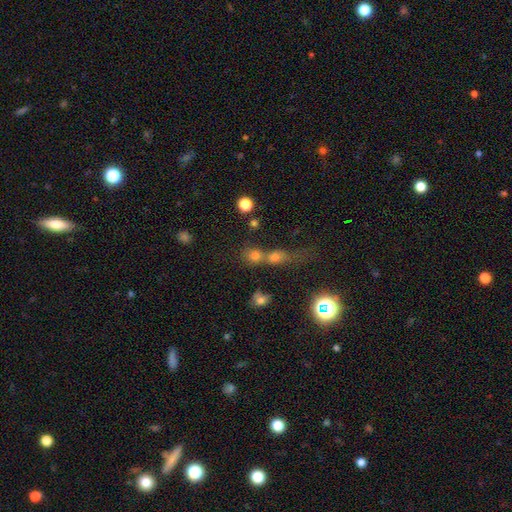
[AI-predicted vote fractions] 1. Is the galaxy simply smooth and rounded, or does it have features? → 60% smooth, 27% star or artifact, 14% featured or disk.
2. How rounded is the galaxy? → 71% round, 22% in between, 7% cigar-shaped.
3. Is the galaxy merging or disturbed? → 46% merger, 39% none, 8% minor disturbance, 6% major disturbance.